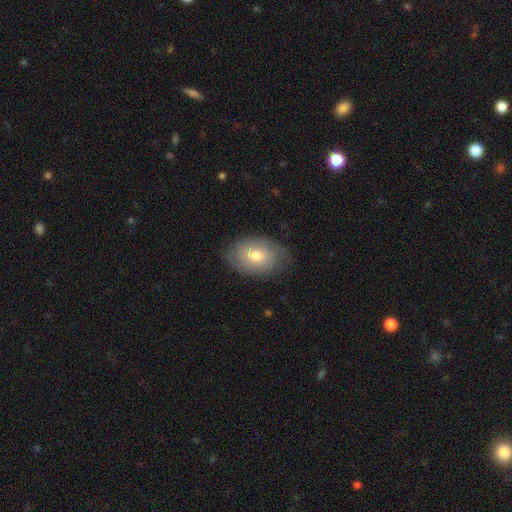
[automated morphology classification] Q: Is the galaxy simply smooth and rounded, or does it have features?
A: smooth — 65%.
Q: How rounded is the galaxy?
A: in between — 79%.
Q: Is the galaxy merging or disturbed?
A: none — 74%.